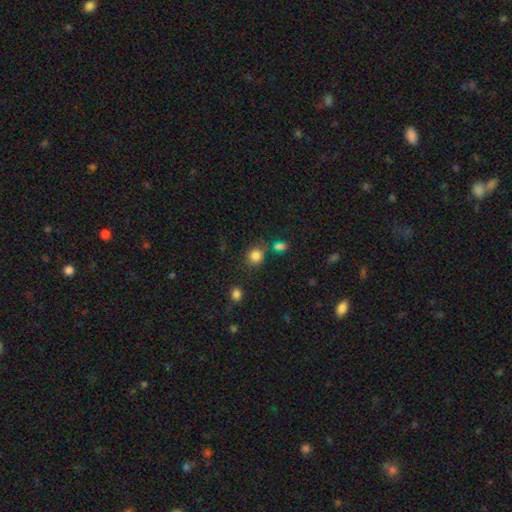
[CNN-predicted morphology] type=smooth (83%); roundness=round (80%); merging=none (73%).